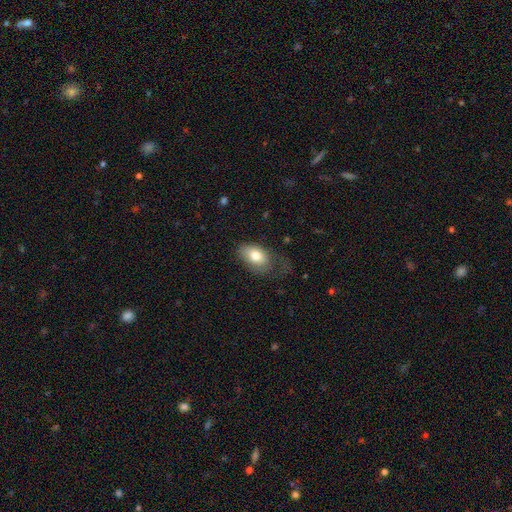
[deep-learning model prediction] Smooth or featured: smooth — 76% (featured or disk — 16%)
How rounded: in between — 89% (round — 10%)
Merging: none — 45% (minor disturbance — 28%)